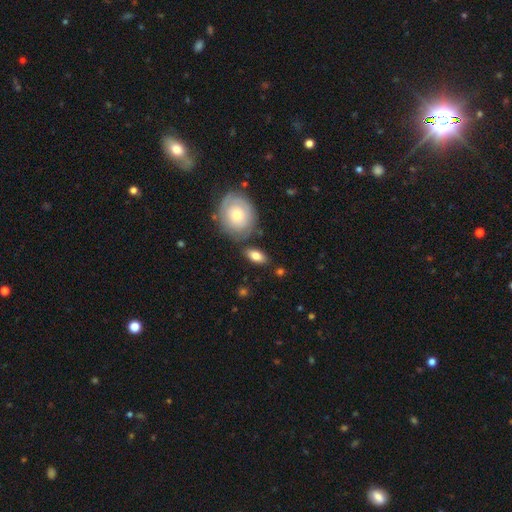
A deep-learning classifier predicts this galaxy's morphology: This appears to be a smooth galaxy with no disk features (77%) that is in between round and cigar-shaped (88%). Merging: none (76%).